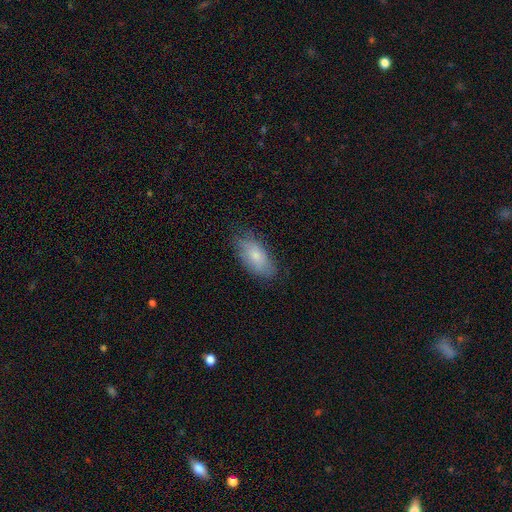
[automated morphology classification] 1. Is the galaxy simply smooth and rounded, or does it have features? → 75% smooth, 18% featured or disk, 7% star or artifact.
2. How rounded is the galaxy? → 91% in between, 6% cigar-shaped, 3% round.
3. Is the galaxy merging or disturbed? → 73% none, 21% minor disturbance, 5% major disturbance, 1% merger.